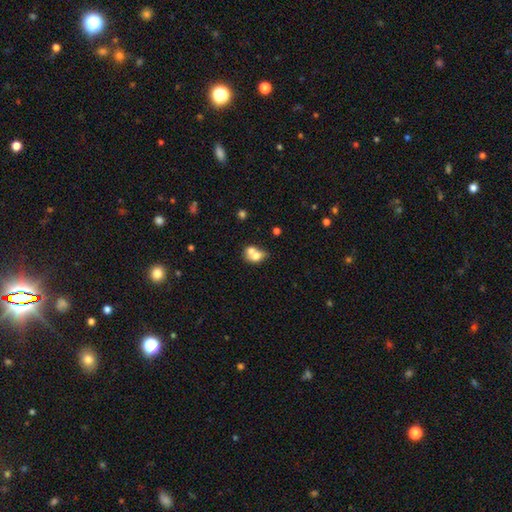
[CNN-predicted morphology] Overall: smooth (68%). How rounded: in between (56%; round 43%). Merging: merger (67%).